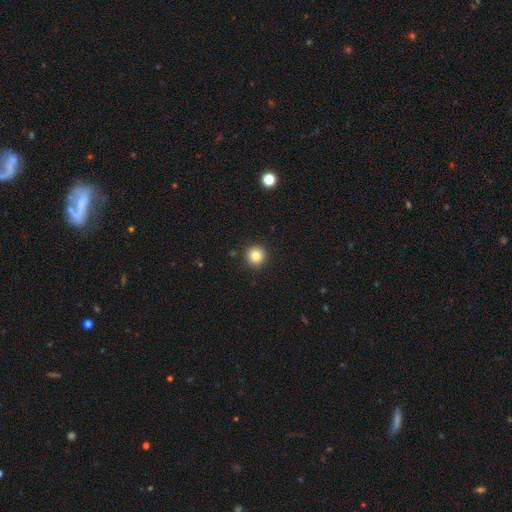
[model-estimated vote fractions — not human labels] This is clearly a smooth galaxy (82%). How rounded: clearly round (95%). Merging: clearly none (92%).